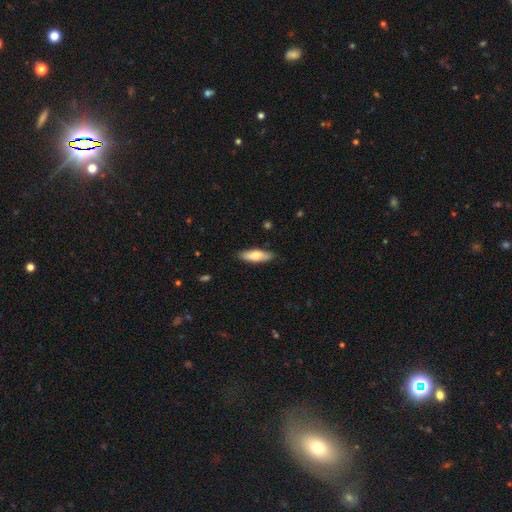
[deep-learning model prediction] Morphology: type=smooth (64%); roundness=in between (54%); merging=none (87%).